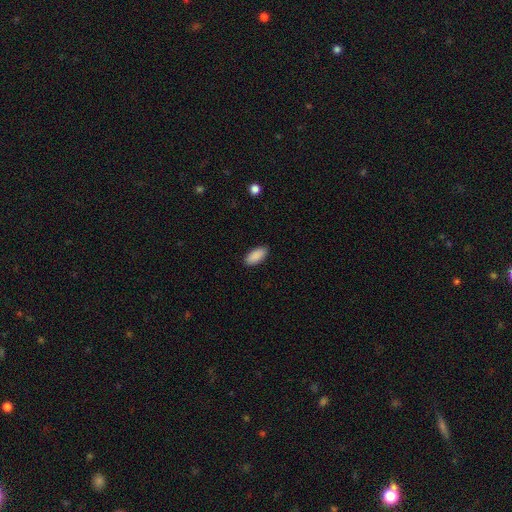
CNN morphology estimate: Smooth or featured: smooth — 91% (star or artifact — 6%)
How rounded: in between — 91% (cigar-shaped — 7%)
Merging: none — 89% (minor disturbance — 8%)